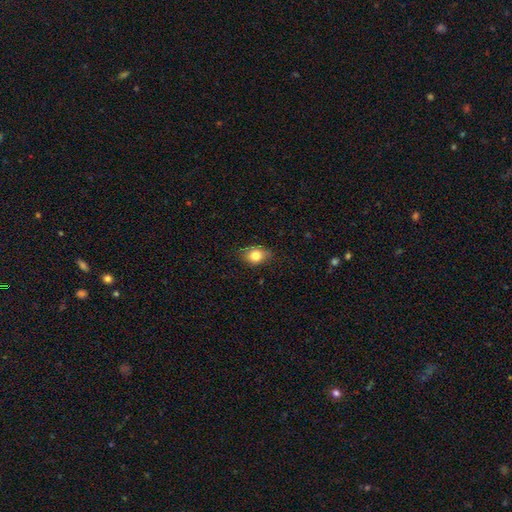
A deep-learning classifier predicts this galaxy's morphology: Q: Smooth or featured?
A: smooth (79%); runner-up: featured or disk (11%)
Q: How rounded?
A: in between (60%); runner-up: round (38%)
Q: Merging?
A: none (71%); runner-up: minor disturbance (23%)